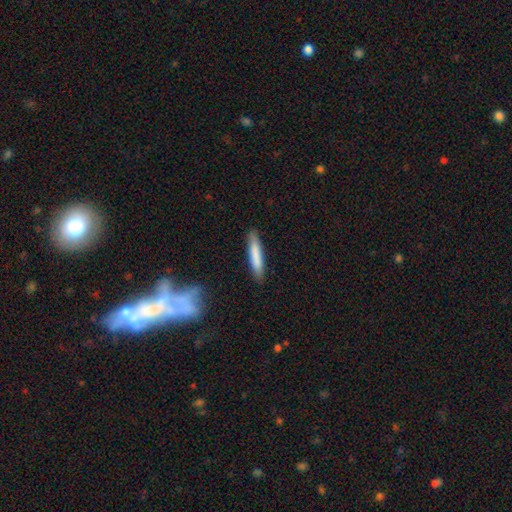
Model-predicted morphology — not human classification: Smooth or featured? smooth (79%)
How rounded? cigar-shaped (89%)
Merging? none (87%)